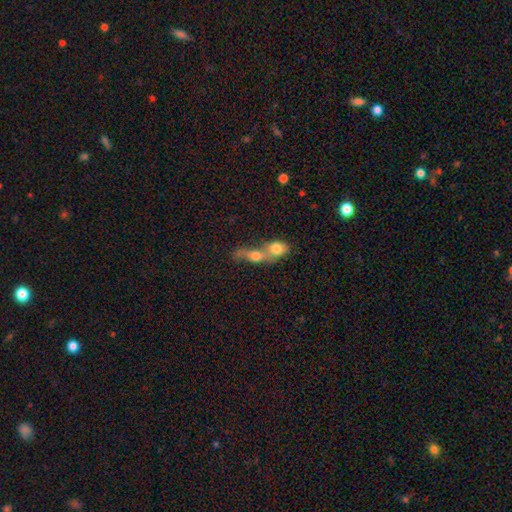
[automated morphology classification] Overall: smooth (69%). How rounded: in between (54%; round 33%). Merging: merger (80%).